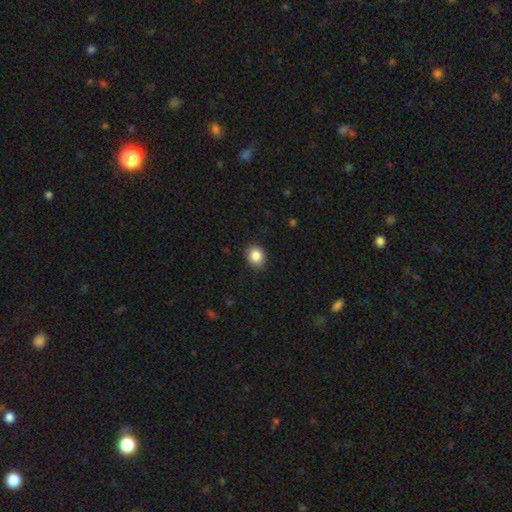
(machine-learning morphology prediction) Smooth or featured?
  - smooth: 86% *
  - star or artifact: 9%
  - featured or disk: 5%
How rounded?
  - round: 64% *
  - in between: 35%
  - cigar-shaped: 1%
Merging?
  - none: 89% *
  - minor disturbance: 9%
  - major disturbance: 2%
  - merger: 1%